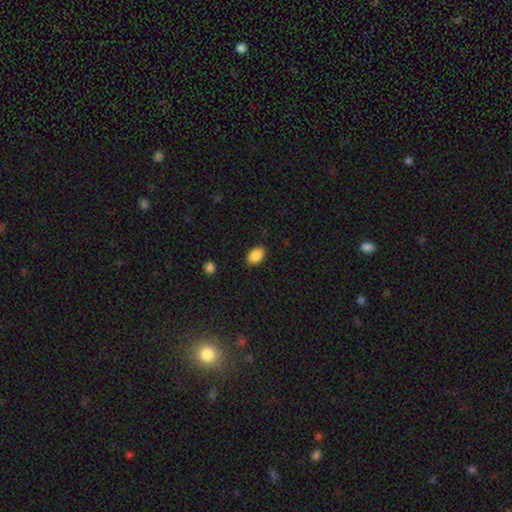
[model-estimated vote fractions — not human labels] Overall: smooth (88%). How rounded: in between (86%). Merging: none (87%).